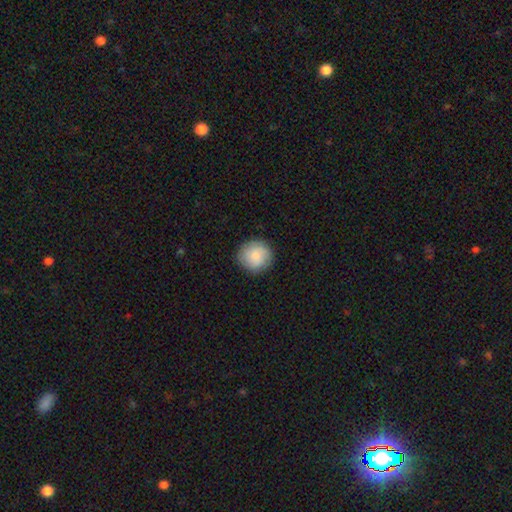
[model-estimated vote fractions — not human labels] A smooth galaxy with no disk features (83%) that is round (91%). Merging: none (87%).